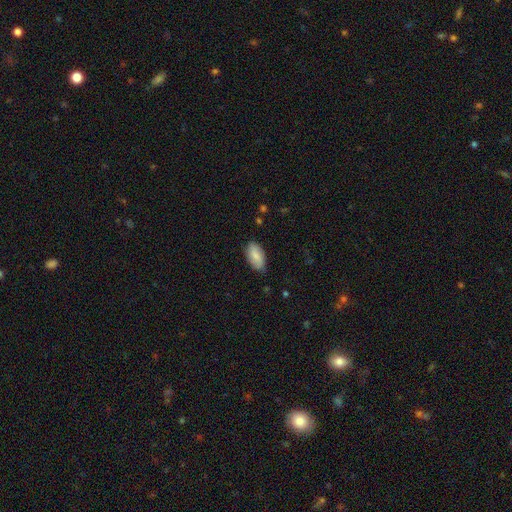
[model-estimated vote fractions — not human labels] Q: Smooth or featured?
A: smooth (84%); runner-up: featured or disk (10%)
Q: How rounded?
A: in between (94%); runner-up: cigar-shaped (4%)
Q: Merging?
A: none (81%); runner-up: minor disturbance (16%)